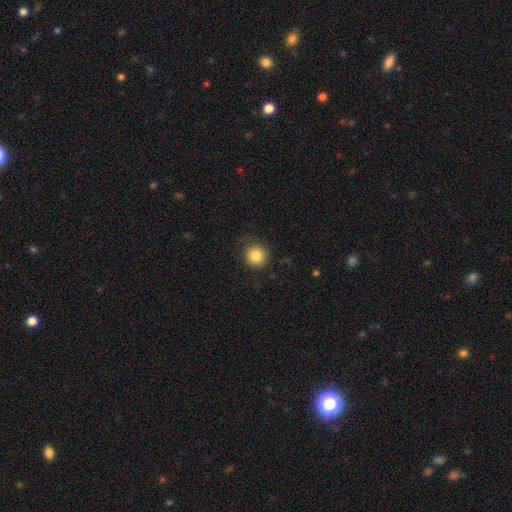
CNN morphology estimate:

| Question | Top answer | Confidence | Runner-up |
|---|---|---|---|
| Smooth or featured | smooth | 85% | star or artifact (10%) |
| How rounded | round | 92% | in between (7%) |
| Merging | none | 84% | minor disturbance (12%) |